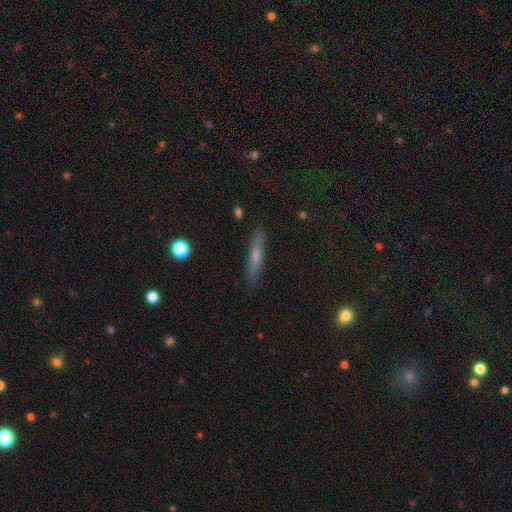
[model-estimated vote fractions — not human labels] This appears to be a smooth galaxy with no disk features (52%) that is cigar-shaped (84%). Merging: none (88%).